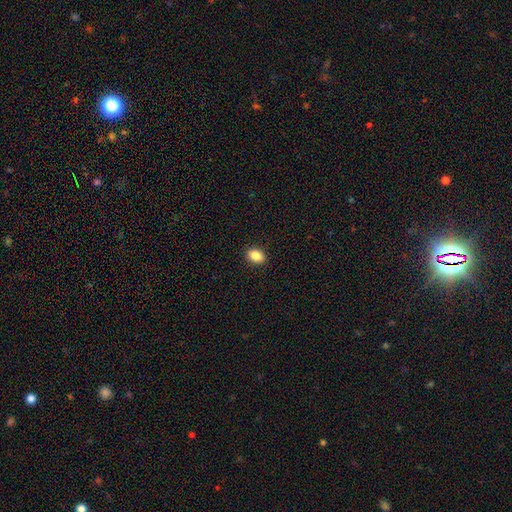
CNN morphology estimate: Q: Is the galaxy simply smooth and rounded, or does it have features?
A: smooth — 87%.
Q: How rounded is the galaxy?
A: in between — 75%.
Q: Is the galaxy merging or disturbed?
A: none — 91%.